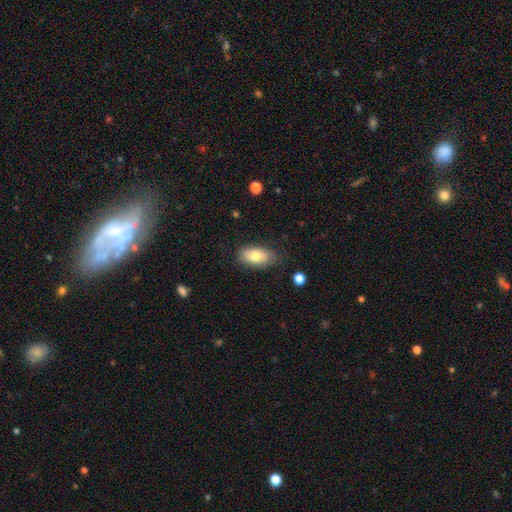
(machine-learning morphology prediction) A smooth galaxy with no disk features (75%) that is in between round and cigar-shaped (92%).

Vote fractions:
- Smooth or featured? smooth: 75% / featured or disk: 18% / star or artifact: 7%
- How rounded? in between: 92% / round: 5% / cigar-shaped: 3%
- Merging? none: 74% / minor disturbance: 20% / major disturbance: 5% / merger: 1%